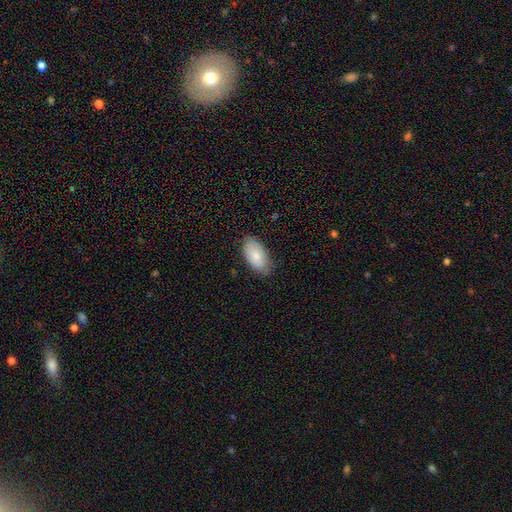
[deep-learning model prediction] smooth-or-featured: smooth: 82% | featured or disk: 12% | star or artifact: 6%
  how-rounded: in between: 95% | cigar-shaped: 3% | round: 3%
  merging: none: 81% | minor disturbance: 16% | major disturbance: 3% | merger: 1%